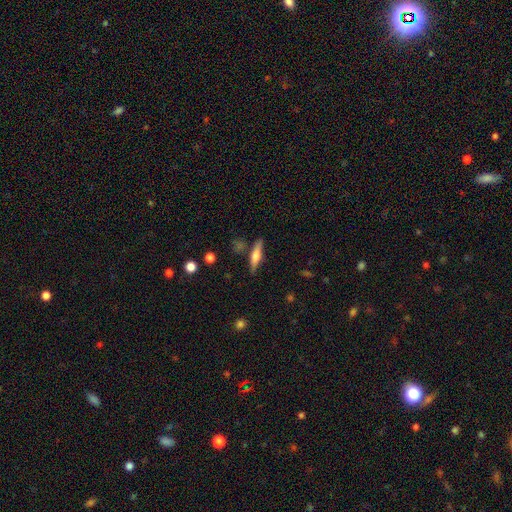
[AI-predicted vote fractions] A featured or disk galaxy (50%).

Vote fractions:
- Smooth or featured? featured or disk: 50% / smooth: 44% / star or artifact: 7%
- Merging? none: 82% / minor disturbance: 11% / merger: 4% / major disturbance: 3%